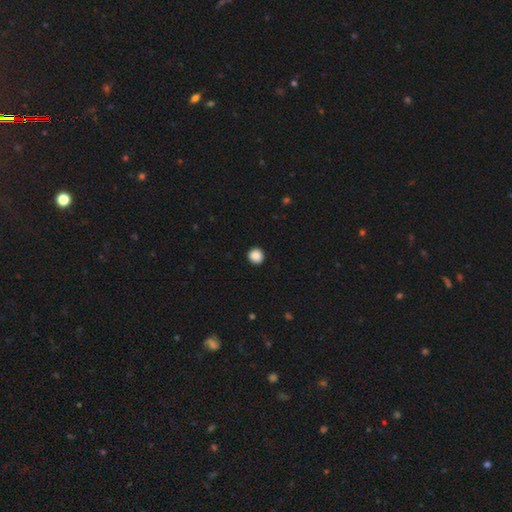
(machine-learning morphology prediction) This is clearly a smooth galaxy (88%). How rounded: clearly round (92%). Merging: clearly none (93%).